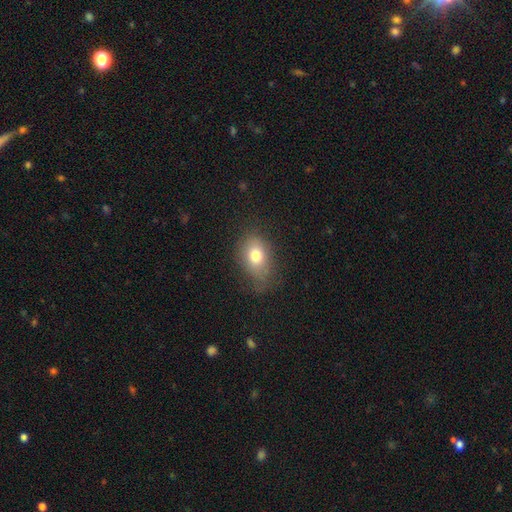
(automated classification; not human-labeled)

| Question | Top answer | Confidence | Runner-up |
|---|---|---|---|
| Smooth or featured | smooth | 76% | featured or disk (13%) |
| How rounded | in between | 71% | round (28%) |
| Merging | none | 63% | minor disturbance (26%) |